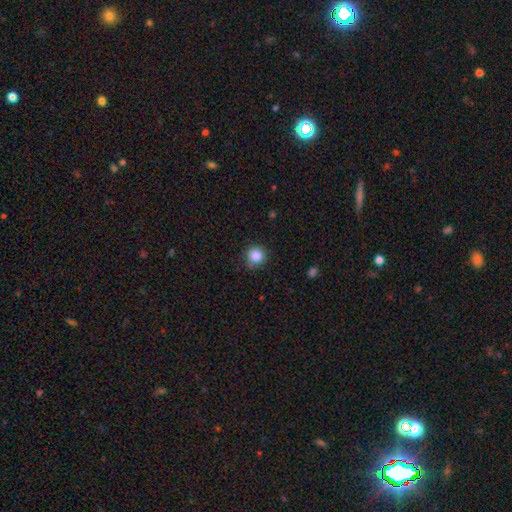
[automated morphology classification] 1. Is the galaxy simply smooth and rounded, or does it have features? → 85% smooth, 10% star or artifact, 4% featured or disk.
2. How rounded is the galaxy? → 92% round, 7% in between, 1% cigar-shaped.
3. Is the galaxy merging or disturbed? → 79% none, 17% minor disturbance, 3% major disturbance, 1% merger.